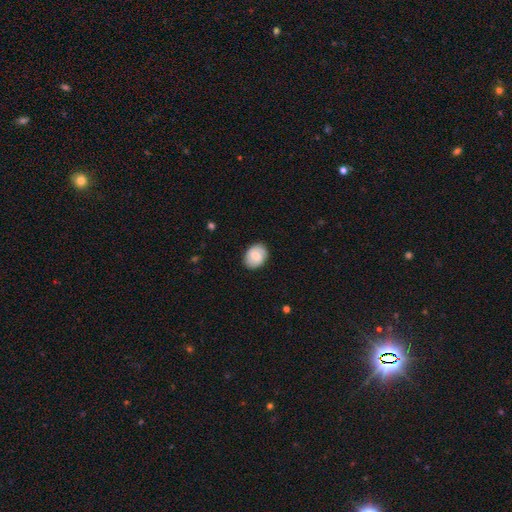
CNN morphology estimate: smooth-or-featured: smooth: 69% | featured or disk: 24% | star or artifact: 7%
  how-rounded: in between: 60% | round: 39% | cigar-shaped: 1%
  merging: none: 86% | minor disturbance: 11% | major disturbance: 2% | merger: 1%